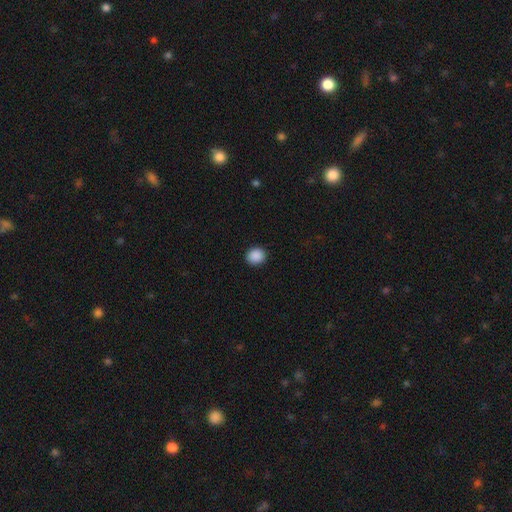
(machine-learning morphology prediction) This appears to be a smooth galaxy with no disk features (89%) that is round (74%). Merging: none (91%).